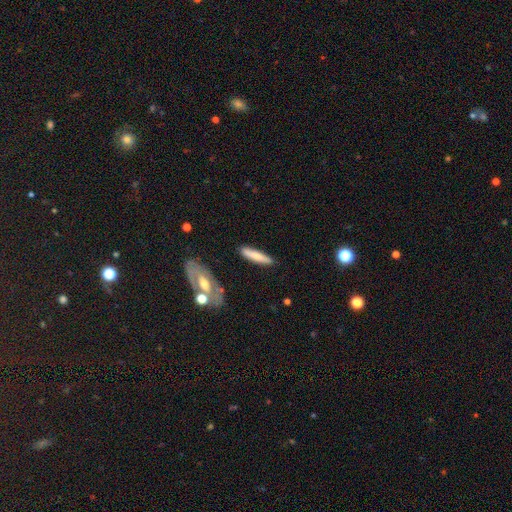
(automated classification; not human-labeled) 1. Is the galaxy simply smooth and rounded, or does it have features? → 70% smooth, 24% featured or disk, 6% star or artifact.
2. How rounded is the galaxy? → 83% cigar-shaped, 15% in between, 2% round.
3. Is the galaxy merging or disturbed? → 86% none, 9% minor disturbance, 2% merger, 2% major disturbance.